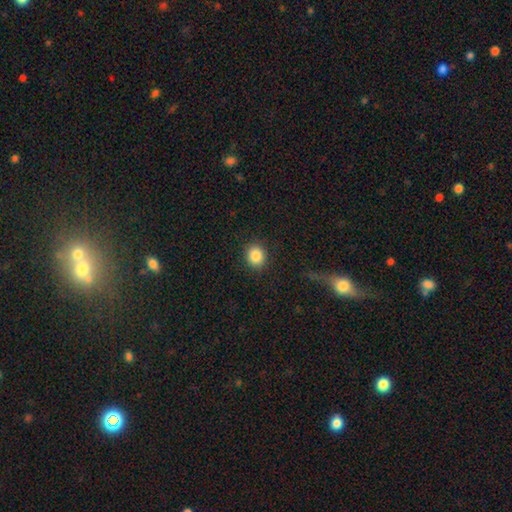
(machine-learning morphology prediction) Smooth or featured: smooth — 86% (star or artifact — 10%)
How rounded: round — 78% (in between — 21%)
Merging: none — 89% (minor disturbance — 7%)